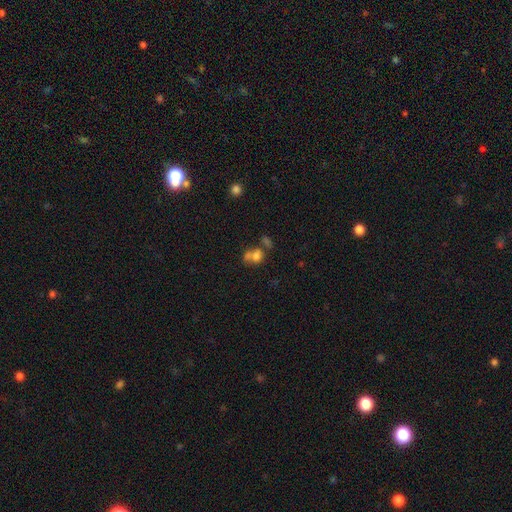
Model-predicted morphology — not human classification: Smooth or featured?
  - smooth: 69% *
  - featured or disk: 16%
  - star or artifact: 14%
How rounded?
  - round: 55% *
  - in between: 43%
  - cigar-shaped: 2%
Merging?
  - merger: 50% *
  - none: 29%
  - minor disturbance: 11%
  - major disturbance: 10%